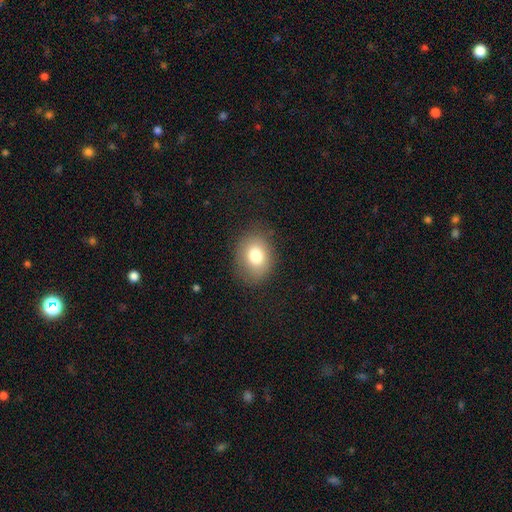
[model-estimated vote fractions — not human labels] Smooth or featured? smooth (78%)
How rounded? in between (54%)
Merging? none (81%)